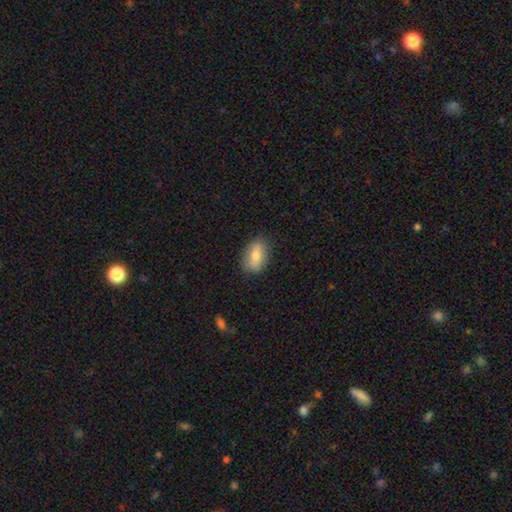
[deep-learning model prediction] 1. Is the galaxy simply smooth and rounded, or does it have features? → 77% smooth, 16% featured or disk, 7% star or artifact.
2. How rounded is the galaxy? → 86% in between, 11% round, 3% cigar-shaped.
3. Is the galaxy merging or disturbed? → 81% none, 15% minor disturbance, 3% major disturbance, 1% merger.